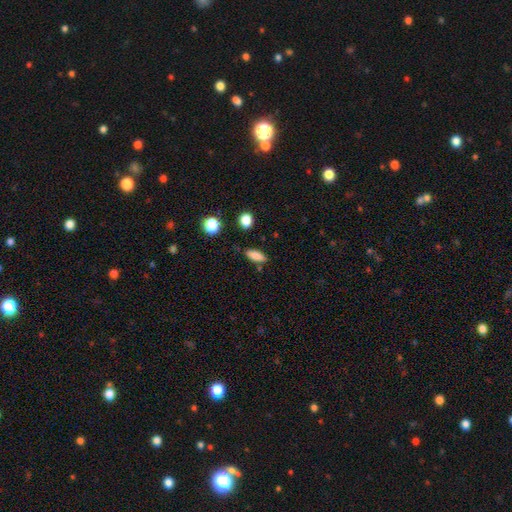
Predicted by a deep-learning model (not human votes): Smooth or featured? smooth (84%)
How rounded? in between (67%)
Merging? none (79%)